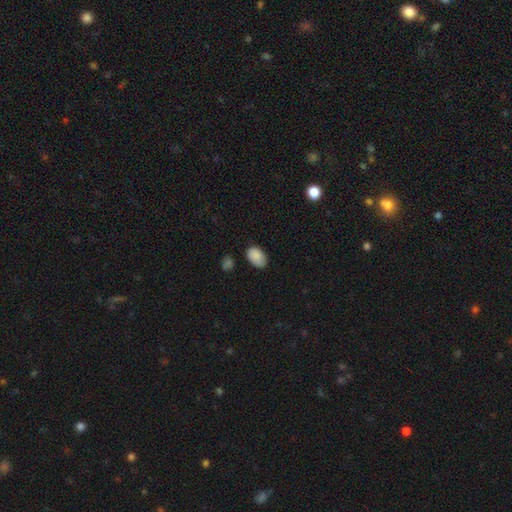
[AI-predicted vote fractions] Smooth or featured: smooth — 87% (star or artifact — 8%)
How rounded: in between — 90% (round — 9%)
Merging: none — 69% (minor disturbance — 25%)